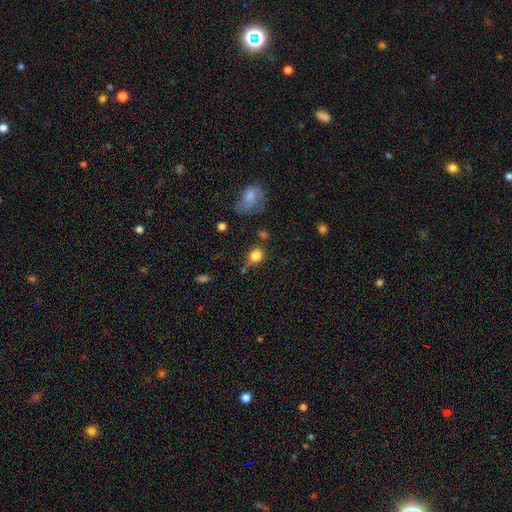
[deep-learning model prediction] A smooth galaxy with no disk features (83%) that is round (76%).

Vote fractions:
- Smooth or featured? smooth: 83% / star or artifact: 10% / featured or disk: 7%
- How rounded? round: 76% / in between: 23% / cigar-shaped: 1%
- Merging? none: 66% / minor disturbance: 19% / merger: 9% / major disturbance: 6%